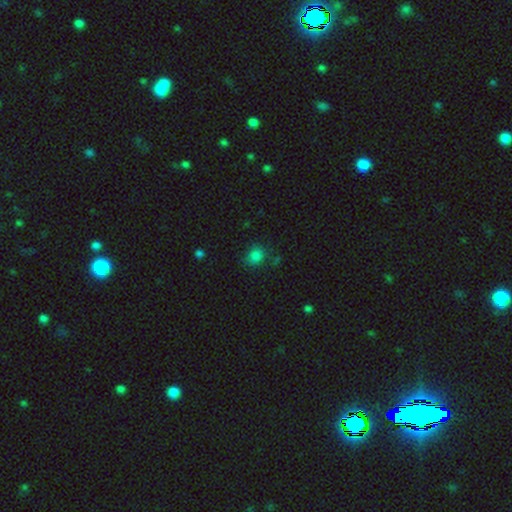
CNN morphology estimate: A smooth galaxy with no disk features (81%) that is round (67%).

Vote fractions:
- Smooth or featured? smooth: 81% / star or artifact: 14% / featured or disk: 5%
- How rounded? round: 67% / in between: 32% / cigar-shaped: 1%
- Merging? none: 75% / minor disturbance: 16% / major disturbance: 5% / merger: 3%